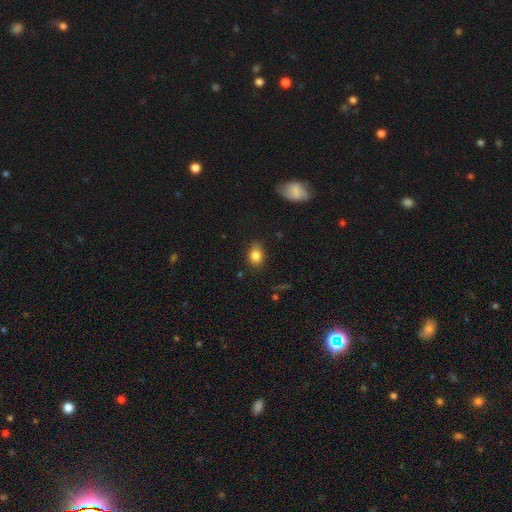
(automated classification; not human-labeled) Smooth or featured? Predicted: smooth (p=0.84). How rounded? Predicted: in between (p=0.64). Merging? Predicted: none (p=0.80).